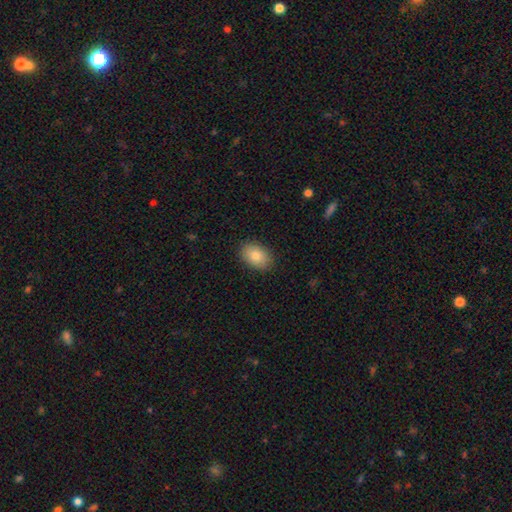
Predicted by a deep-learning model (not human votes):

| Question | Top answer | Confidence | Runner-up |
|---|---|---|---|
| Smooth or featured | smooth | 82% | featured or disk (10%) |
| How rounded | in between | 84% | round (15%) |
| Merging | none | 89% | minor disturbance (8%) |